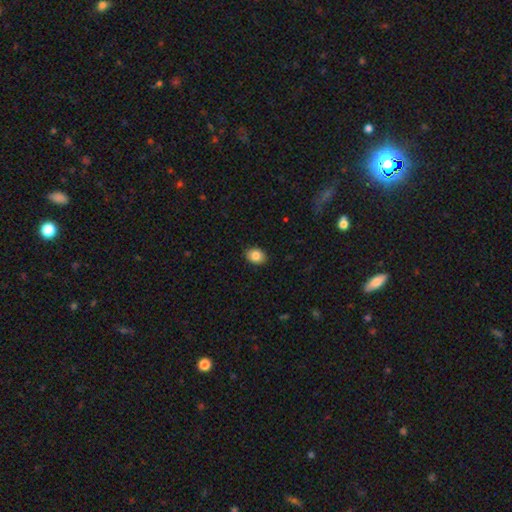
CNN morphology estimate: Smooth or featured? smooth (85%)
How rounded? in between (67%)
Merging? none (89%)